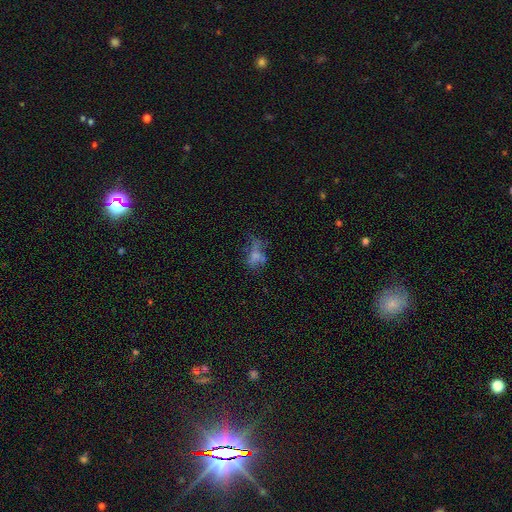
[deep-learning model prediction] Smooth or featured?
  - smooth: 46% *
  - featured or disk: 34%
  - star or artifact: 21%
Merging?
  - major disturbance: 38% *
  - none: 32%
  - minor disturbance: 20%
  - merger: 11%